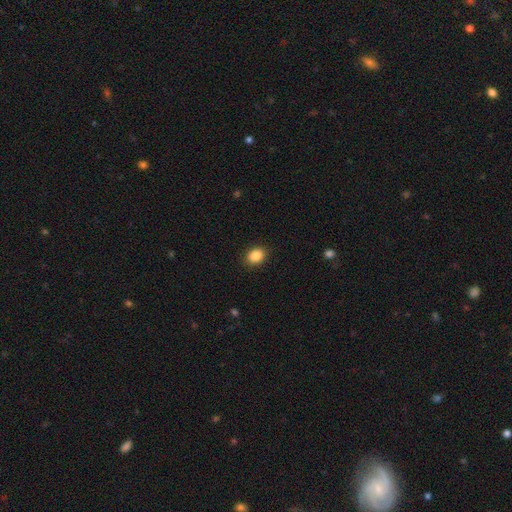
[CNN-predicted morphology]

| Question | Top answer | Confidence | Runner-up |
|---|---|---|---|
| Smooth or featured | smooth | 88% | star or artifact (9%) |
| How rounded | in between | 61% | round (38%) |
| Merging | none | 89% | minor disturbance (8%) |